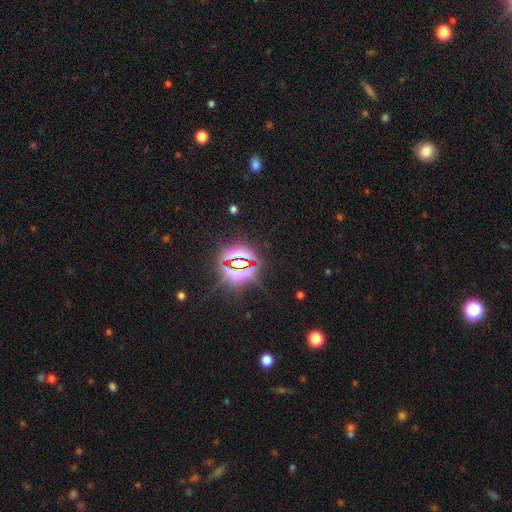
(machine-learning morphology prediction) Smooth or featured? Predicted: star or artifact (p=0.80).